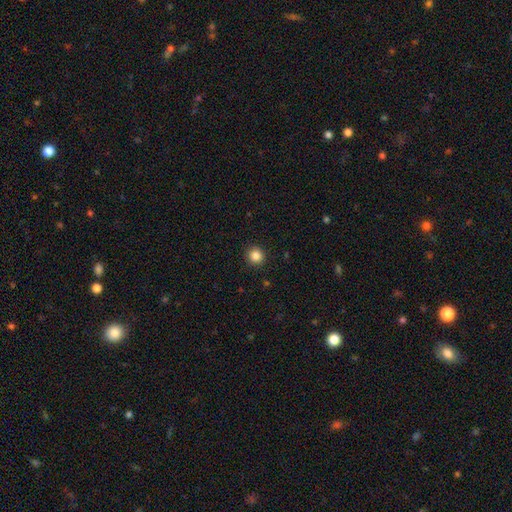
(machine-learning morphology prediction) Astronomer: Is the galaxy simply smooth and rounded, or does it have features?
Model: smooth — 85%.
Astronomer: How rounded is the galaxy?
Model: round — 94%.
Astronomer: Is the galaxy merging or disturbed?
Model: none — 92%.